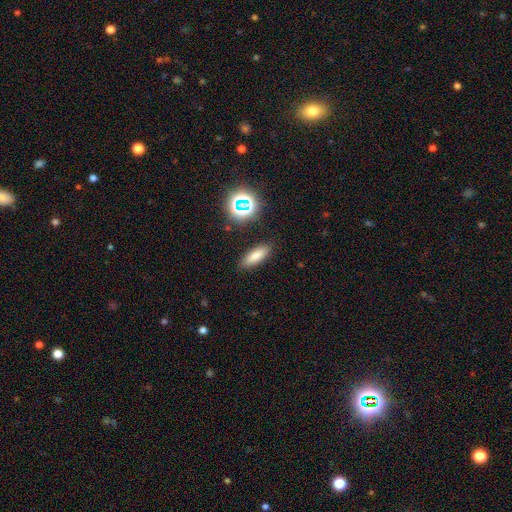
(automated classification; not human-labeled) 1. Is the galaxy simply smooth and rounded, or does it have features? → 75% smooth, 14% star or artifact, 11% featured or disk.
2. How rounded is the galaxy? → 59% in between, 37% cigar-shaped, 4% round.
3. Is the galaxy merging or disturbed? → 87% none, 9% minor disturbance, 3% major disturbance, 2% merger.